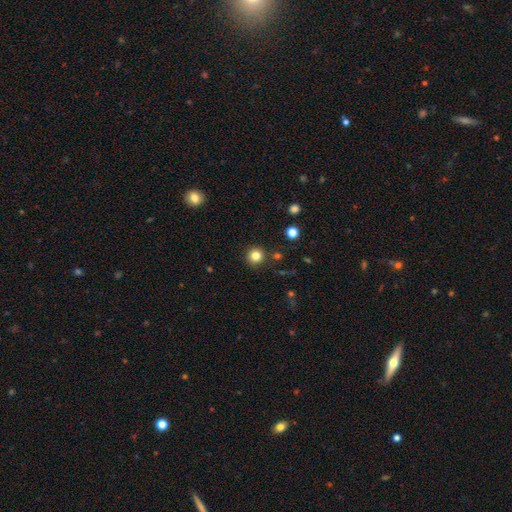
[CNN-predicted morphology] type=smooth (83%); roundness=round (94%); merging=none (90%).